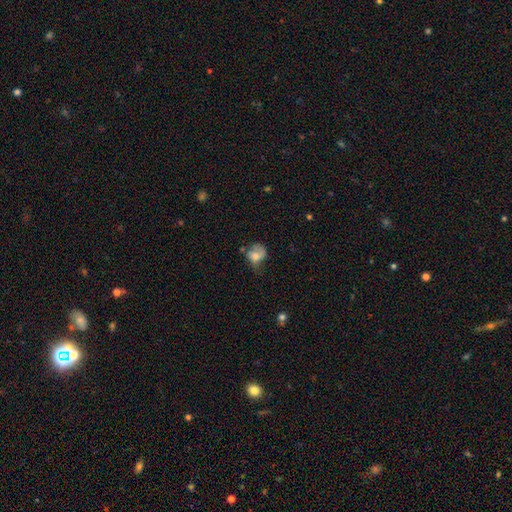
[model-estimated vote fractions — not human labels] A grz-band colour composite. It shows a smooth galaxy with no disk features (61%) that is round (53%). Merging: minor disturbance (34%).